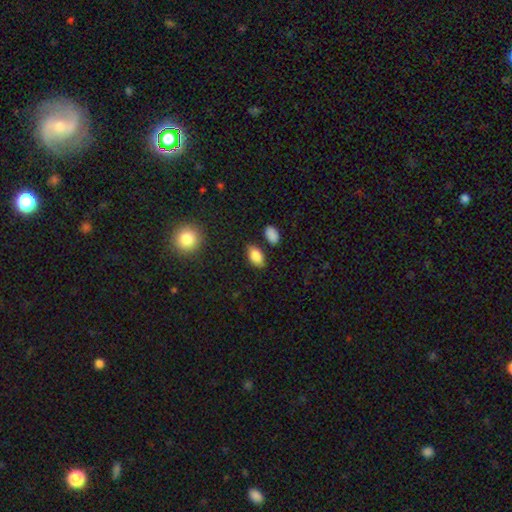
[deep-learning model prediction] Overall: smooth (85%). How rounded: in between (91%). Merging: none (81%).